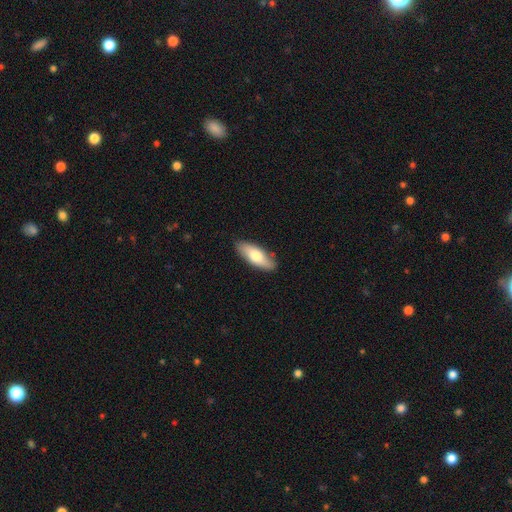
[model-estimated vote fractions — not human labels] A smooth galaxy with no disk features (69%) that is in between round and cigar-shaped (69%). Merging: none (86%).